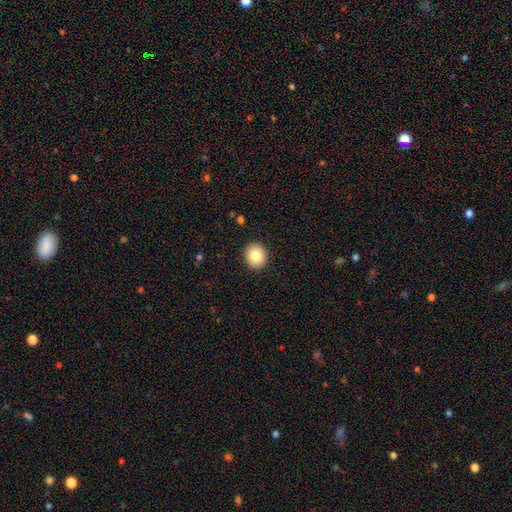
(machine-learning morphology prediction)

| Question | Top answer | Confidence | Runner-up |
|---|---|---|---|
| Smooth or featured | smooth | 84% | star or artifact (9%) |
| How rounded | round | 77% | in between (22%) |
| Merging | none | 92% | minor disturbance (6%) |